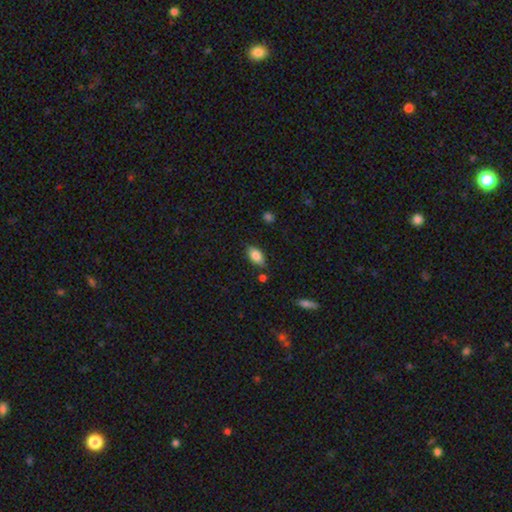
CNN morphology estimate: This appears to be a smooth galaxy with no disk features (82%) that is in between round and cigar-shaped (89%). Merging: none (79%).